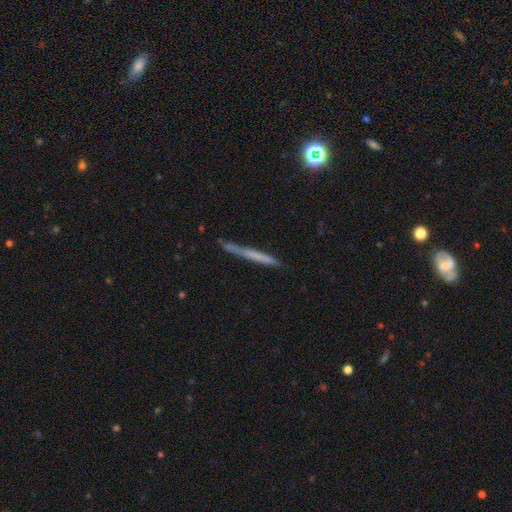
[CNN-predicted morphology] type=smooth (49%); merging=none (83%).